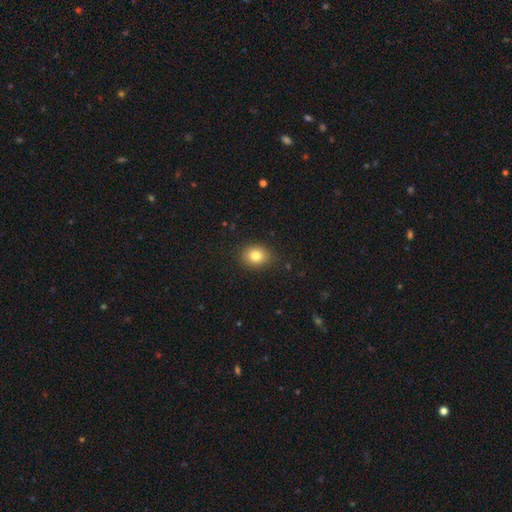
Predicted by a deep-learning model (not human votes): Smooth or featured? Predicted: smooth (p=0.82). How rounded? Predicted: in between (p=0.51). Merging? Predicted: none (p=0.85).